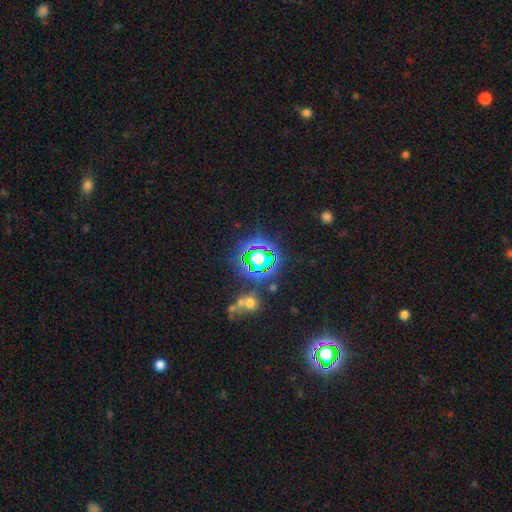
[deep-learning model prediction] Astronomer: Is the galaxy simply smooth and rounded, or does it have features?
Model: star or artifact — 72%.